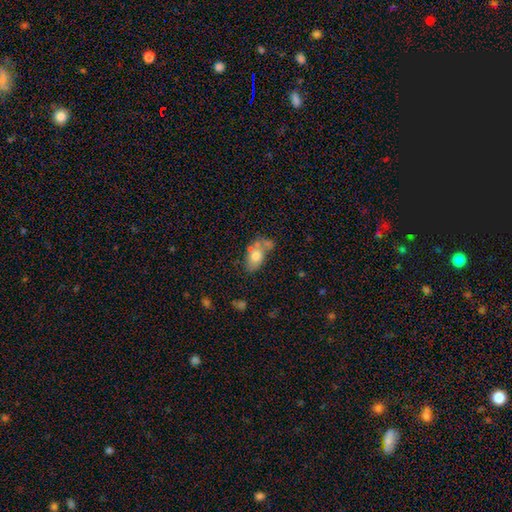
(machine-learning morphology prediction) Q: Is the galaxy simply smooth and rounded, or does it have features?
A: smooth — 67%.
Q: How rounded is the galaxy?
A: in between — 85%.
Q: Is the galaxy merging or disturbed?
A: none — 39%.